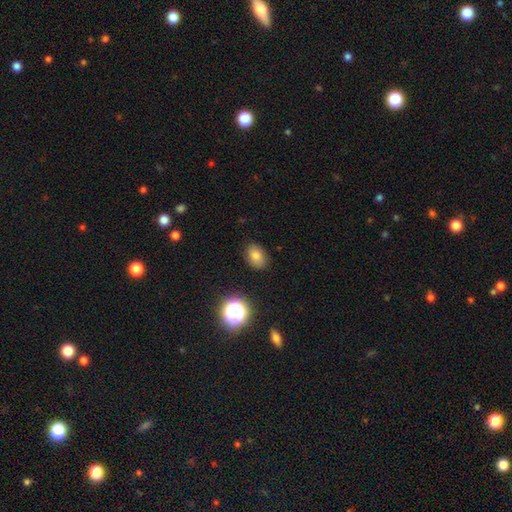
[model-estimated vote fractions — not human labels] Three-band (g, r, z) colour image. It shows a smooth galaxy with no disk features (77%) that is in between round and cigar-shaped (77%). Merging: none (86%).